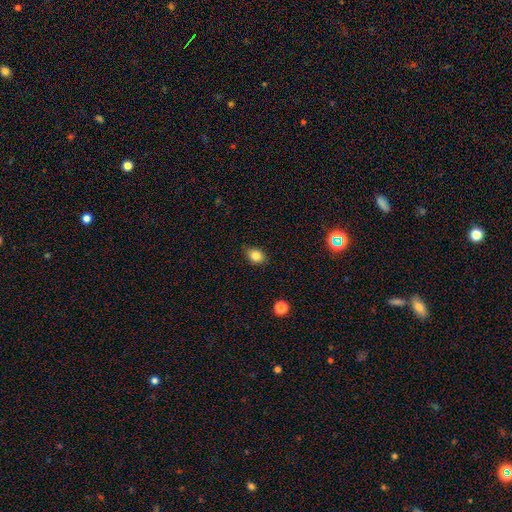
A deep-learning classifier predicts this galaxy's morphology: Q: Smooth or featured?
A: smooth (83%); runner-up: star or artifact (11%)
Q: How rounded?
A: in between (60%); runner-up: round (39%)
Q: Merging?
A: none (81%); runner-up: minor disturbance (15%)